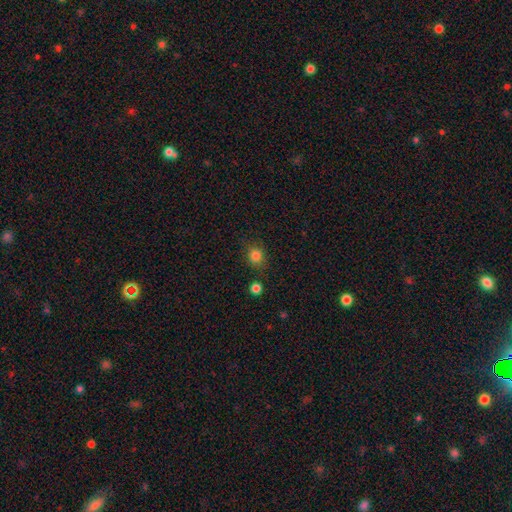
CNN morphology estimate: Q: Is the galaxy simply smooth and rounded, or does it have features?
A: smooth — 82%.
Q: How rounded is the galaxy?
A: round — 80%.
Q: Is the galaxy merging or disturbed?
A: none — 82%.